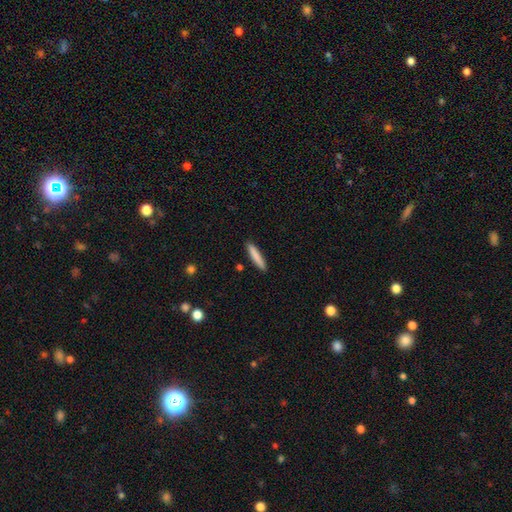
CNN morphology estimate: Smooth or featured?
  - smooth: 83% *
  - featured or disk: 11%
  - star or artifact: 6%
How rounded?
  - cigar-shaped: 91% *
  - in between: 7%
  - round: 1%
Merging?
  - none: 90% *
  - minor disturbance: 7%
  - merger: 2%
  - major disturbance: 2%